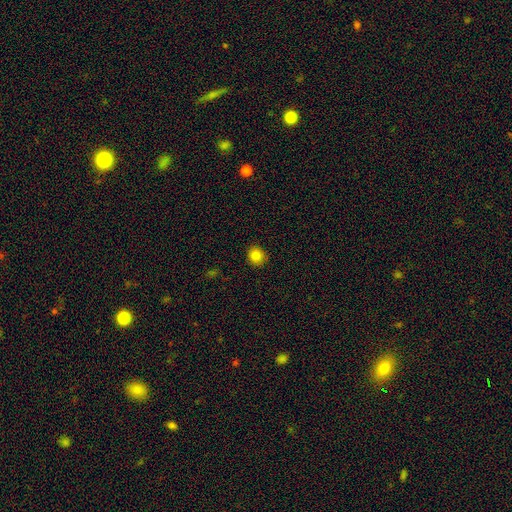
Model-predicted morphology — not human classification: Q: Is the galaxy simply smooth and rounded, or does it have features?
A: smooth — 83%.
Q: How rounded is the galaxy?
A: round — 81%.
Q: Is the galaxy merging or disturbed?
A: none — 89%.